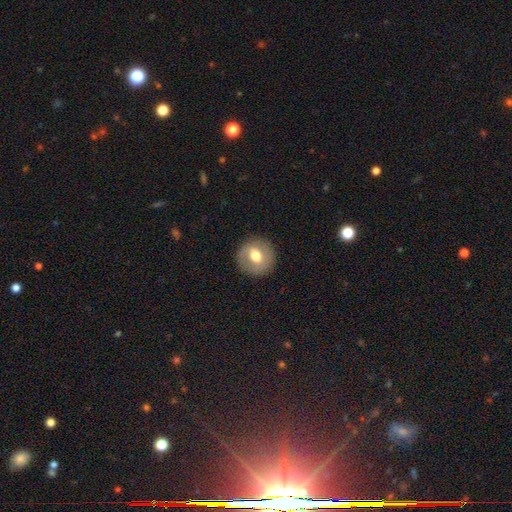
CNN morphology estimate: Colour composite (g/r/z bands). It shows a smooth galaxy with no disk features (57%) that is round (89%). Merging: none (87%).